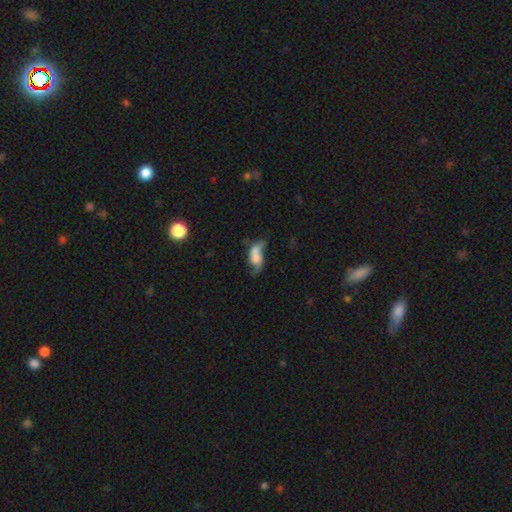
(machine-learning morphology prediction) This is possibly a smooth galaxy (45%). Merging: marginally major disturbance (30%).